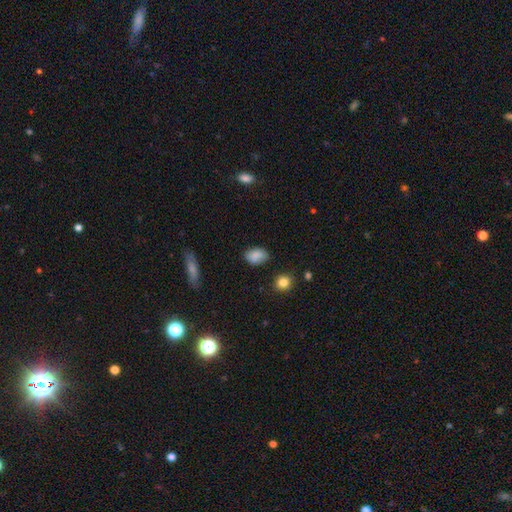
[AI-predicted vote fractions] Smooth or featured?
  - smooth: 82% *
  - featured or disk: 9%
  - star or artifact: 9%
How rounded?
  - in between: 85% *
  - round: 14%
  - cigar-shaped: 2%
Merging?
  - none: 74% *
  - minor disturbance: 19%
  - major disturbance: 4%
  - merger: 3%